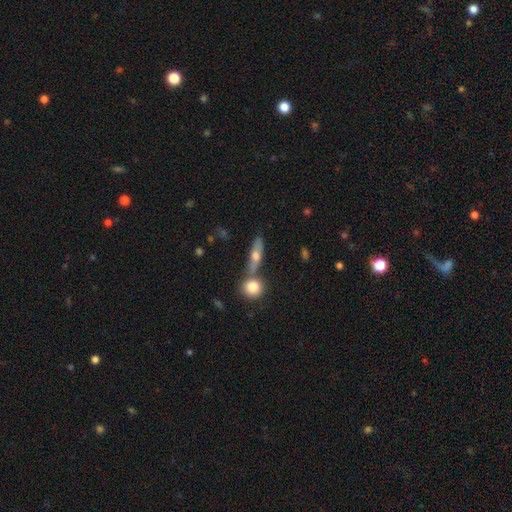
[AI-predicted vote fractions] This appears to be a smooth galaxy with no disk features (59%) that is cigar-shaped (50%). Merging: none (61%).